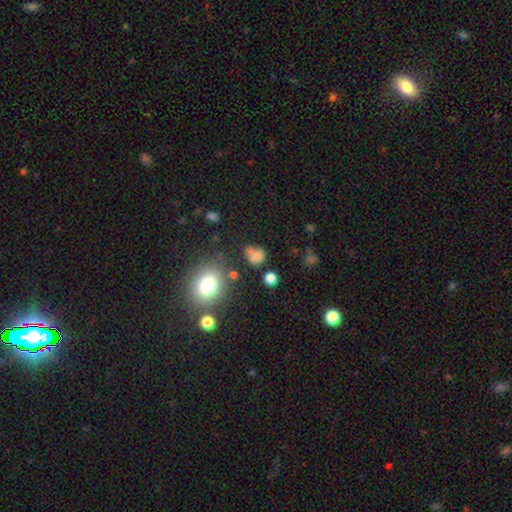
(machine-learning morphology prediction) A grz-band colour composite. It shows a smooth galaxy with no disk features (69%) that is round (53%). Merging: none (43%).